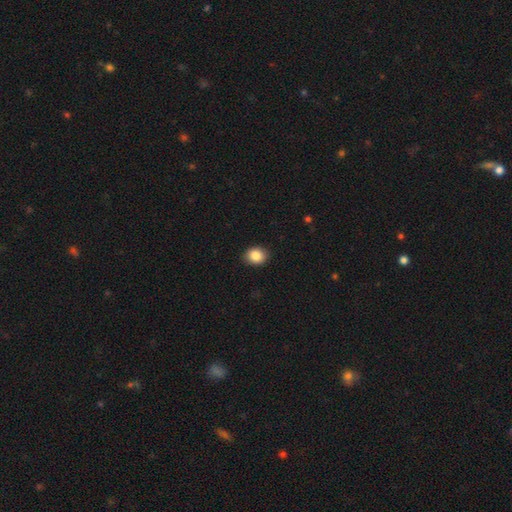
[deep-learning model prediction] Smooth or featured? smooth (87%)
How rounded? round (56%)
Merging? none (90%)